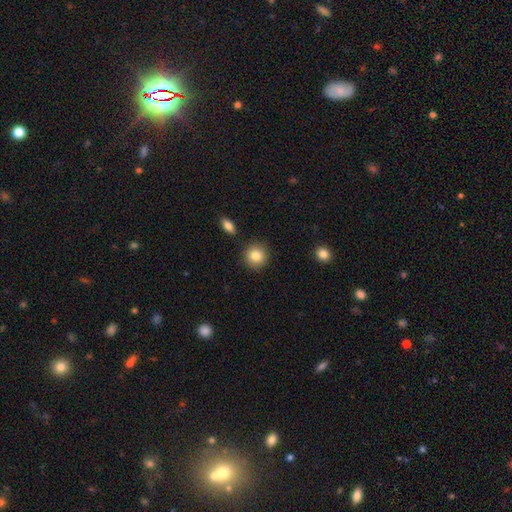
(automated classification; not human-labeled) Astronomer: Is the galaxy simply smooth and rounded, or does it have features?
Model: smooth — 85%.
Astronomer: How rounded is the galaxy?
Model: round — 91%.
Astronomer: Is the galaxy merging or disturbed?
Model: none — 89%.